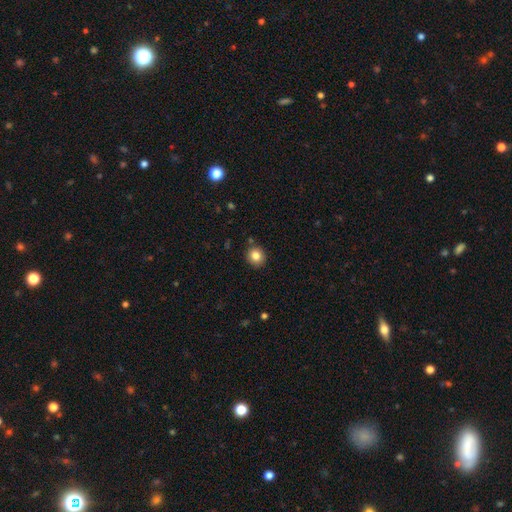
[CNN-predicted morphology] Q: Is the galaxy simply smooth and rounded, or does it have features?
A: smooth — 83%.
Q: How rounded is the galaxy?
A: round — 89%.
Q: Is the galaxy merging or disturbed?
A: none — 89%.